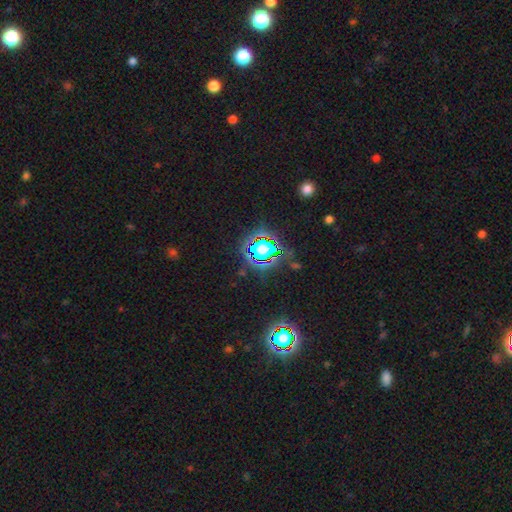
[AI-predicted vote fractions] Smooth or featured: star or artifact — 81% (smooth — 11%)